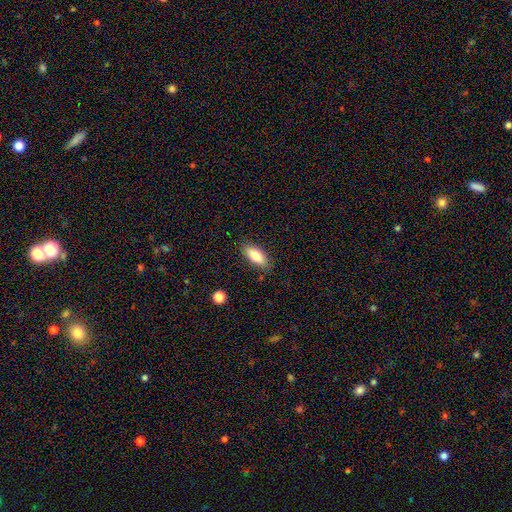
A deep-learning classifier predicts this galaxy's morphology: Smooth or featured? Predicted: smooth (p=0.80). How rounded? Predicted: in between (p=0.81). Merging? Predicted: none (p=0.84).